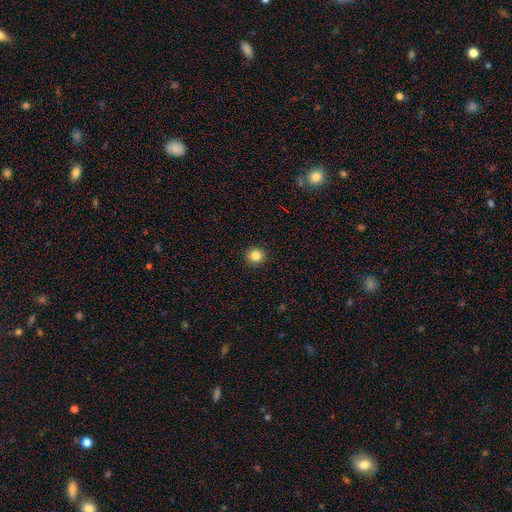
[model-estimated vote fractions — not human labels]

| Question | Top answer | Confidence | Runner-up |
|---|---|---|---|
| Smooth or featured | smooth | 84% | star or artifact (11%) |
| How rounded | round | 94% | in between (5%) |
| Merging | none | 93% | minor disturbance (5%) |